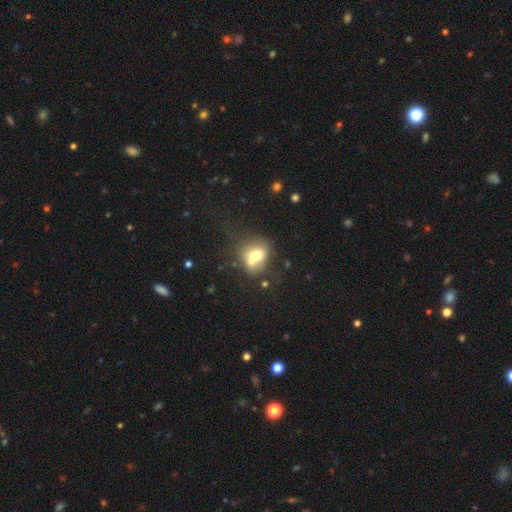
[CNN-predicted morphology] This is likely a smooth galaxy (65%). How rounded: possibly round (57%). Merging: marginally merger (41%).